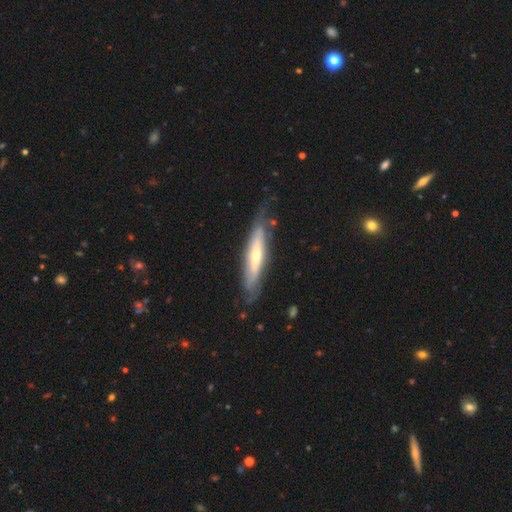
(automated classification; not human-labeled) Morphology: type=featured or disk (66%); edge-on=yes (62%); merging=none (69%).